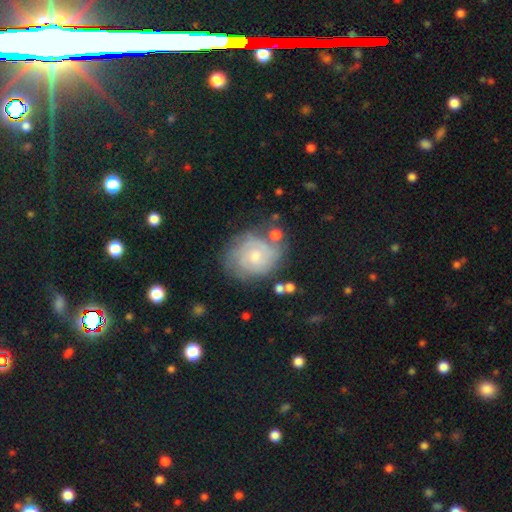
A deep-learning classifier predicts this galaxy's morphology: Overall: featured or disk (61%; smooth 31%). Edge-on disk: no (97%). Bar: no (74%). Spiral arms: yes (81%). Bulge size: small (50%; moderate 43%). Merging: none (62%).